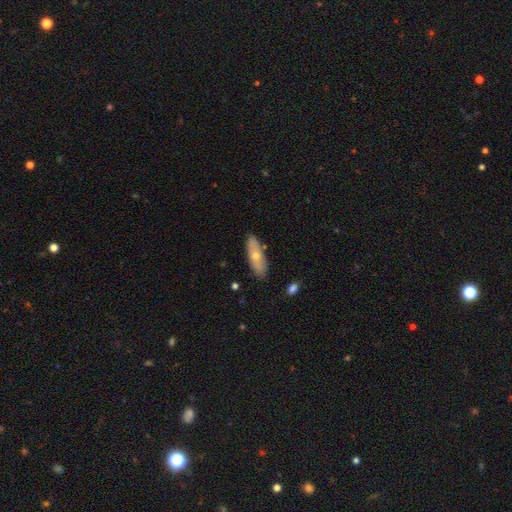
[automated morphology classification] The model was most divided on "smooth or featured": smooth: 50%, featured or disk: 43%, star or artifact: 7%. More confident: merging — none (83%); how rounded — in between (55%).